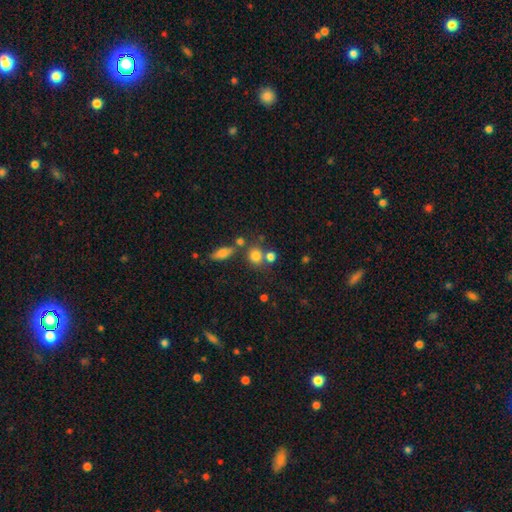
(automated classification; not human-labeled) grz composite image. It shows a smooth galaxy with no disk features (77%) that is round (81%). Merging: none (59%).